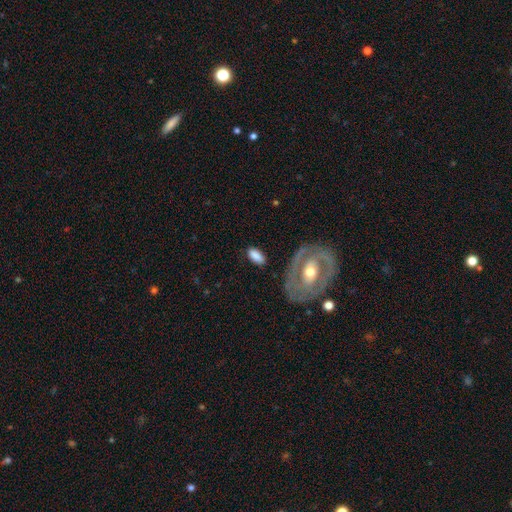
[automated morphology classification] This appears to be a smooth galaxy with no disk features (76%) that is in between round and cigar-shaped (89%). Merging: none (79%).